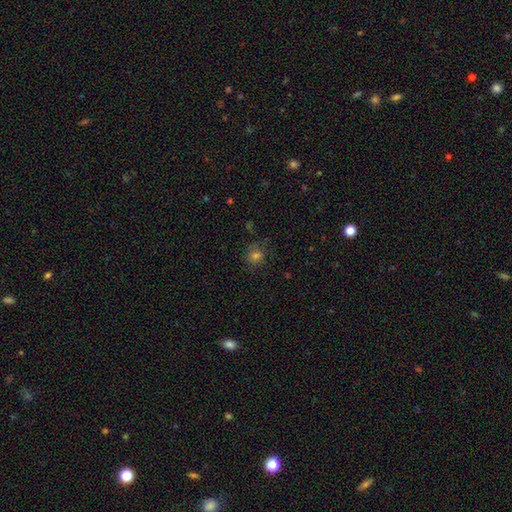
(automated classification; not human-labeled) smooth_or_featured: smooth (p=0.71) [alt: star or artifact p=0.21]
how_rounded: round (p=0.83) [alt: in between p=0.16]
merging: none (p=0.75) [alt: minor disturbance p=0.17]